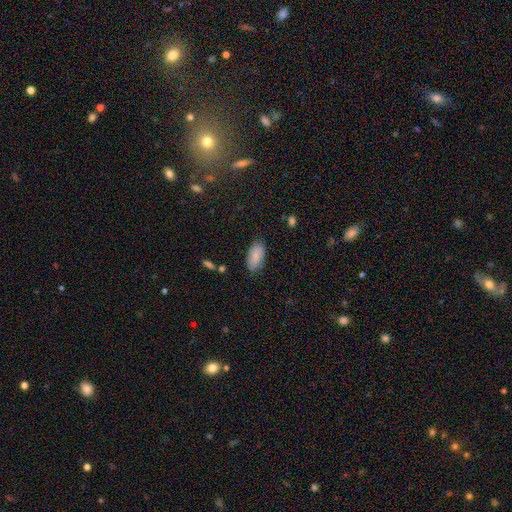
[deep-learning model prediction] smooth_or_featured: smooth (p=0.87) [alt: star or artifact p=0.07]
how_rounded: in between (p=0.92) [alt: cigar-shaped p=0.05]
merging: none (p=0.81) [alt: minor disturbance p=0.15]